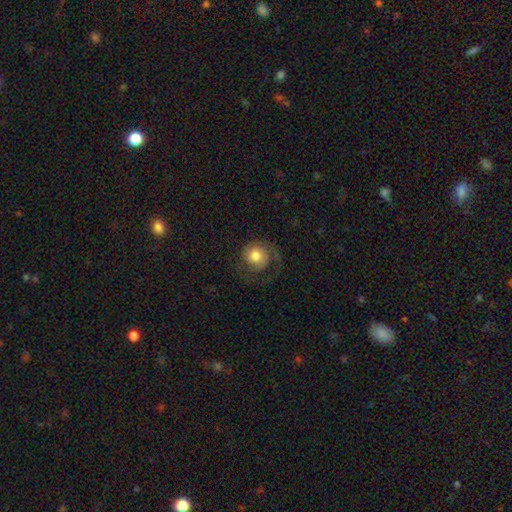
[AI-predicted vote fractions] Smooth or featured? smooth (57%)
How rounded? round (86%)
Merging? none (53%)